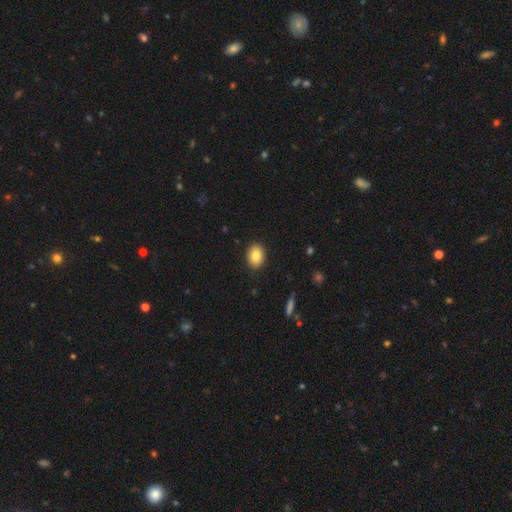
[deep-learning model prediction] Overall: smooth (84%). How rounded: in between (74%). Merging: none (89%).